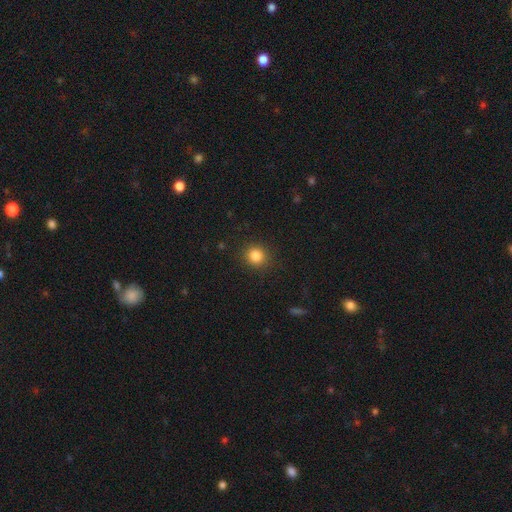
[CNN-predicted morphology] The model was most divided on "smooth or featured": smooth: 84%, star or artifact: 12%, featured or disk: 4%. More confident: merging — none (89%); how rounded — round (89%).